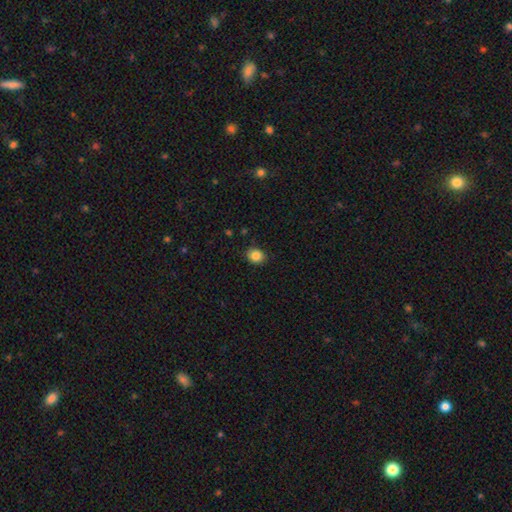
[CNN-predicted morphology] Q: Smooth or featured?
A: smooth (86%); runner-up: star or artifact (10%)
Q: How rounded?
A: round (65%); runner-up: in between (34%)
Q: Merging?
A: none (87%); runner-up: minor disturbance (10%)